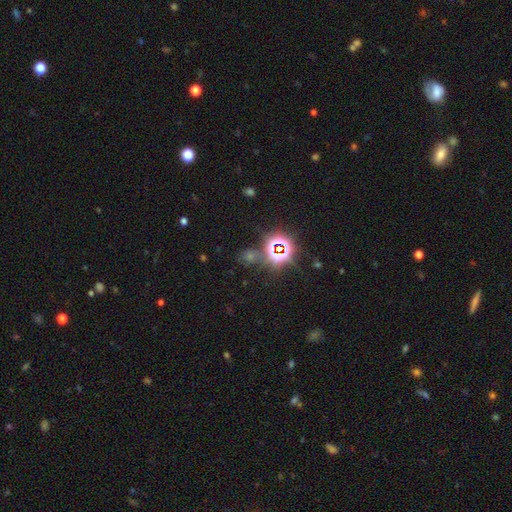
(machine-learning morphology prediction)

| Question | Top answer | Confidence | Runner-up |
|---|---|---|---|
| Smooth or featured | star or artifact | 77% | smooth (15%) |